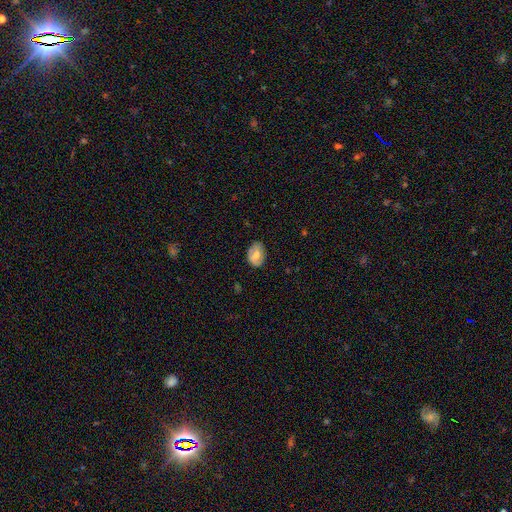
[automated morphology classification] smooth-or-featured: smooth: 55% | featured or disk: 37% | star or artifact: 8%
  how-rounded: in between: 77% | round: 21% | cigar-shaped: 1%
  merging: none: 74% | minor disturbance: 20% | major disturbance: 5% | merger: 1%